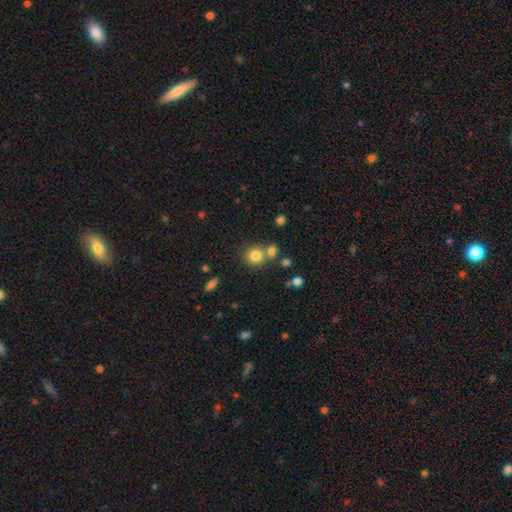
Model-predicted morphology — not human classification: This is clearly a smooth galaxy (81%). How rounded: clearly round (86%). Merging: possibly none (60%).